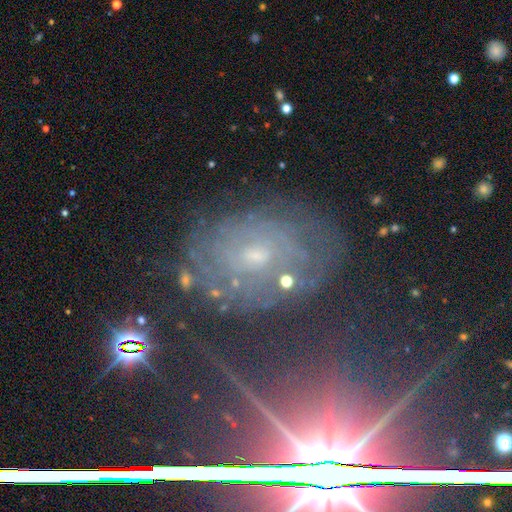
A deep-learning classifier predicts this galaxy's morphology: This is likely a featured or disk galaxy (62%). It is clearly not viewed edge-on (93%). Bar: likely no (62%). Spiral arm pattern: likely yes (77%). Central bulge: likely small (62%). Merging: likely none (72%).